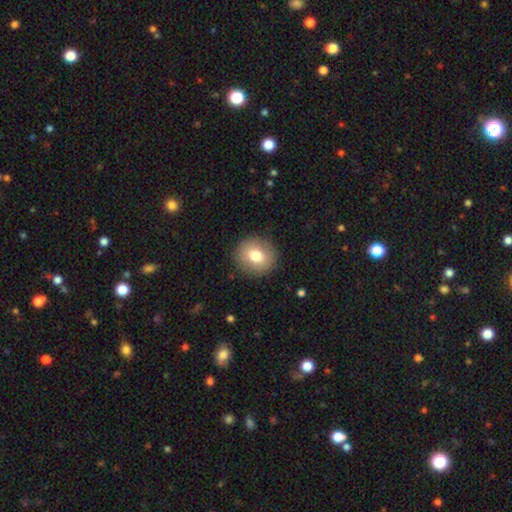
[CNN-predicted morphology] Overall: smooth (77%). How rounded: round (85%). Merging: none (90%).